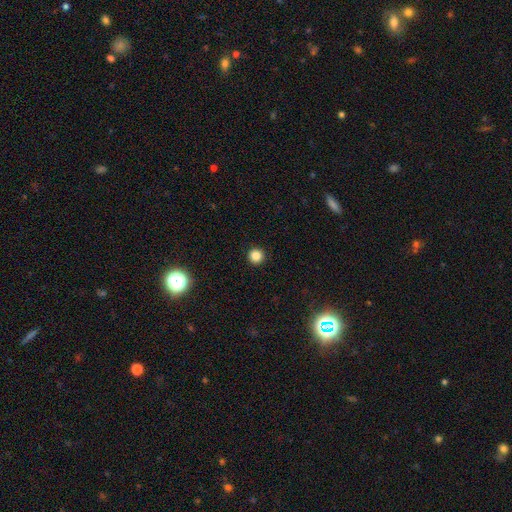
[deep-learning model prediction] Smooth or featured: smooth — 84% (star or artifact — 13%)
How rounded: round — 96% (in between — 3%)
Merging: none — 94% (minor disturbance — 4%)